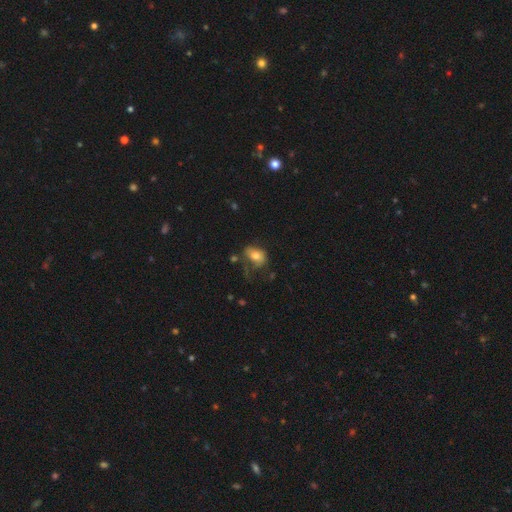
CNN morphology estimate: smooth-or-featured: smooth: 70% | featured or disk: 21% | star or artifact: 9%
  how-rounded: in between: 74% | round: 24% | cigar-shaped: 1%
  merging: none: 40% | minor disturbance: 28% | major disturbance: 27% | merger: 6%